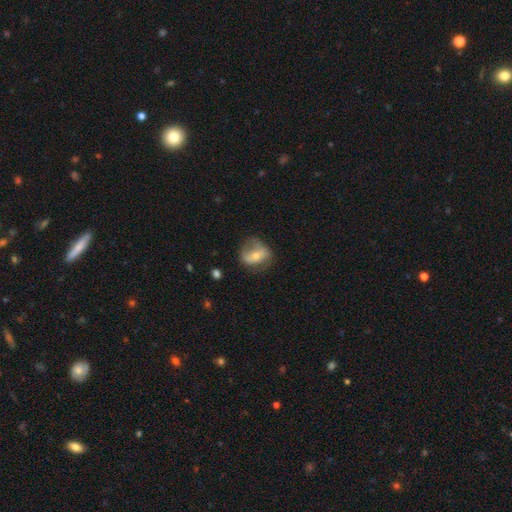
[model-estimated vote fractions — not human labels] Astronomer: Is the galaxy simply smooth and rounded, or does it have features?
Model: featured or disk — 50% (runner-up: smooth, 41%).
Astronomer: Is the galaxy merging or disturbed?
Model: none — 56%.